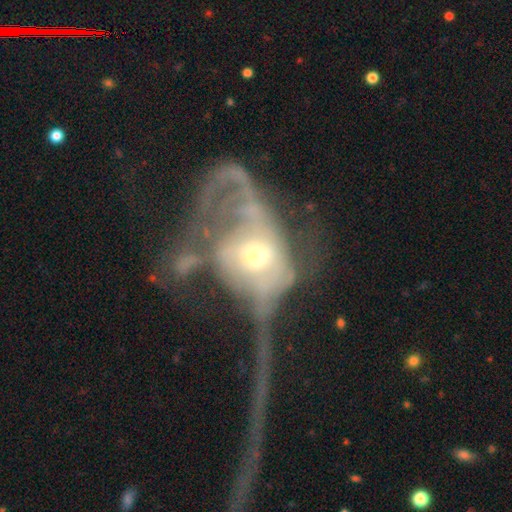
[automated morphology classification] This is likely a featured or disk galaxy (72%). It is clearly not viewed edge-on (93%). Bar: likely no (74%). Spiral arm pattern: possibly yes (50%, tied with no). Central bulge: possibly moderate (52%). Merging: likely major disturbance (62%).